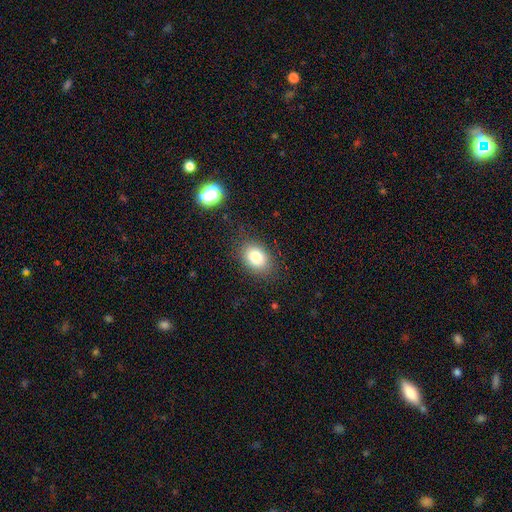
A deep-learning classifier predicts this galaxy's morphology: Smooth or featured? smooth (81%)
How rounded? in between (71%)
Merging? none (83%)